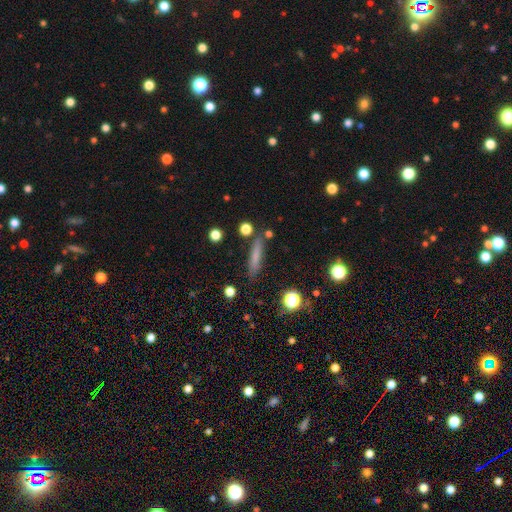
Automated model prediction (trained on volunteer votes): smooth-or-featured: smooth: 70% | featured or disk: 20% | star or artifact: 10%
  how-rounded: cigar-shaped: 87% | in between: 10% | round: 3%
  merging: none: 81% | minor disturbance: 12% | merger: 4% | major disturbance: 3%